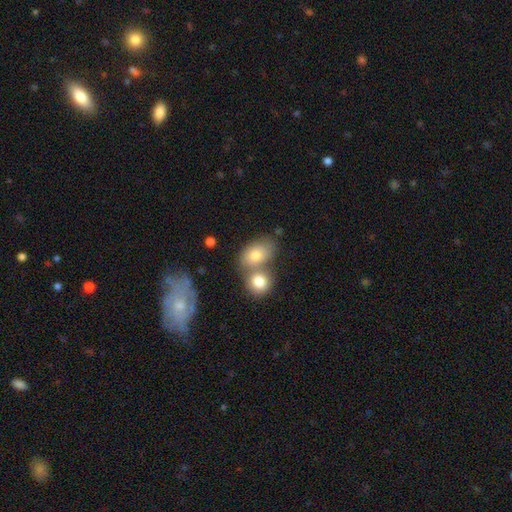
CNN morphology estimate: smooth-or-featured: smooth: 72% | featured or disk: 19% | star or artifact: 10%
  how-rounded: in between: 72% | round: 26% | cigar-shaped: 2%
  merging: merger: 45% | none: 39% | minor disturbance: 11% | major disturbance: 5%